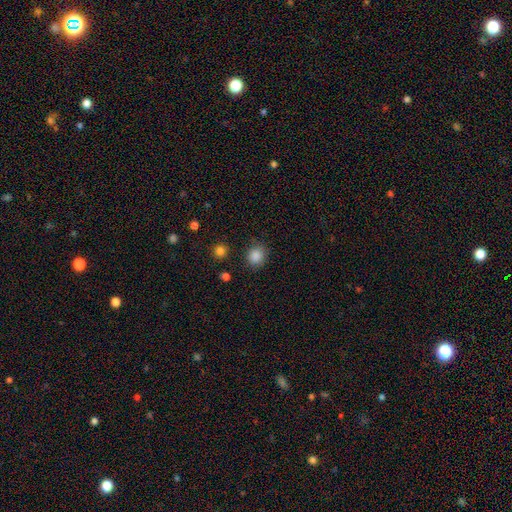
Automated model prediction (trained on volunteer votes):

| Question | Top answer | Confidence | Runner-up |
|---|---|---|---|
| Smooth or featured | smooth | 86% | star or artifact (10%) |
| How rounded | round | 79% | in between (20%) |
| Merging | none | 84% | minor disturbance (11%) |